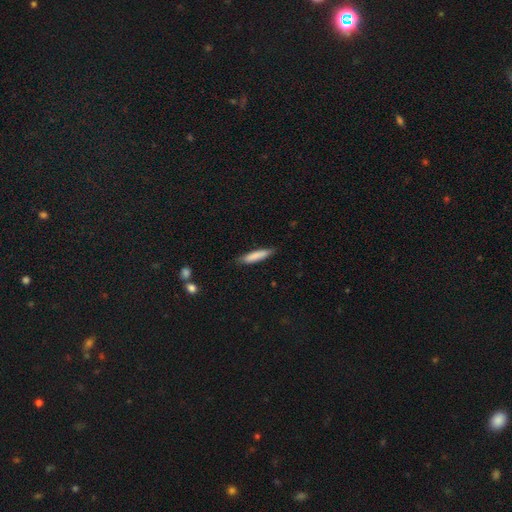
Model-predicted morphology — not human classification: smooth 82%, featured or disk 13%, star or artifact 6%. Down the decision tree: how rounded — cigar-shaped (84%); merging — none (81%).